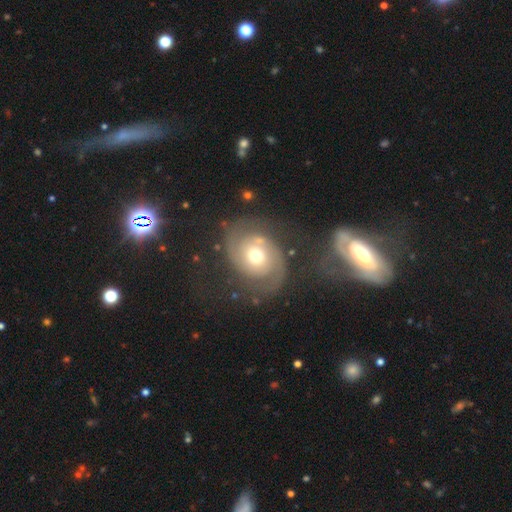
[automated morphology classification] Smooth or featured? featured or disk (80%)
Edge-on disk? no (97%)
Bar? no (77%)
Spiral arms? yes (93%)
Spiral winding? tight (43%)
Spiral arm count? 2 (87%)
Bulge size? moderate (70%)
Merging? none (67%)